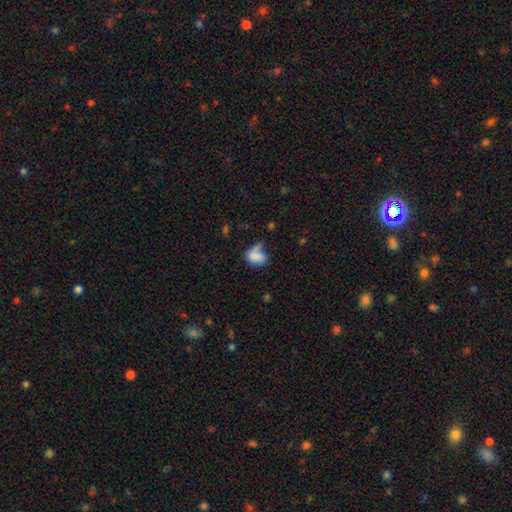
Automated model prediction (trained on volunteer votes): smooth_or_featured: smooth (p=0.77) [alt: featured or disk p=0.13]
how_rounded: in between (p=0.81) [alt: round p=0.16]
merging: none (p=0.35) [alt: minor disturbance p=0.24]